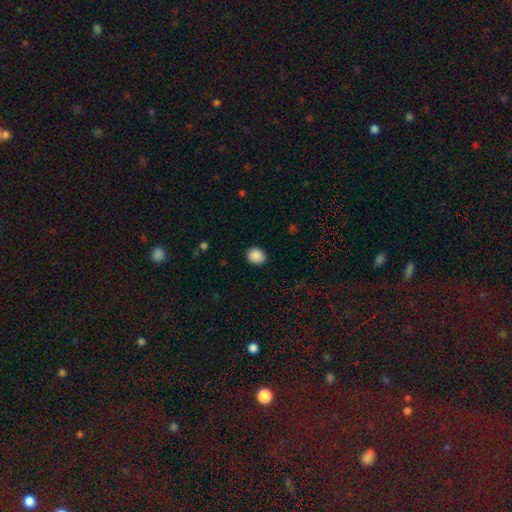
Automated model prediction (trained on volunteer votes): smooth-or-featured: smooth: 89% | star or artifact: 8% | featured or disk: 3%
  how-rounded: round: 62% | in between: 37% | cigar-shaped: 1%
  merging: none: 89% | minor disturbance: 8% | major disturbance: 2% | merger: 1%